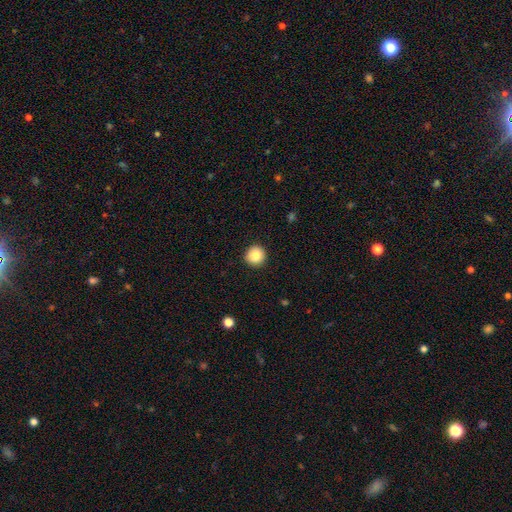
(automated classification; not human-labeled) The model was most divided on "smooth or featured": smooth: 84%, star or artifact: 9%, featured or disk: 7%. More confident: how rounded — round (95%); merging — none (92%).